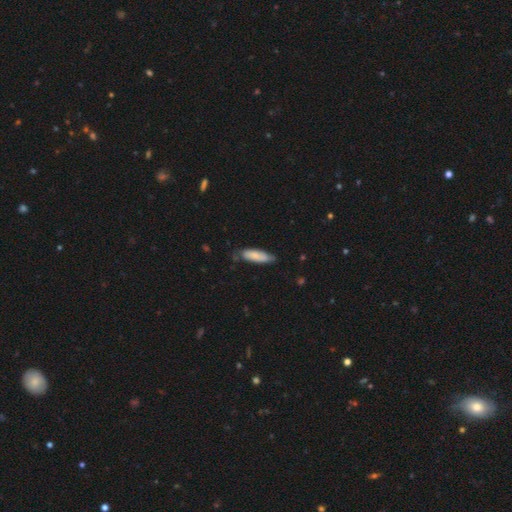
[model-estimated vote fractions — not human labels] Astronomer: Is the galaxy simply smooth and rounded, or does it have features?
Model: smooth — 79%.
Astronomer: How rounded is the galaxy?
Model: in between — 51% (runner-up: cigar-shaped, 47%).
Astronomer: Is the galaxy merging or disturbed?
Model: none — 67%.